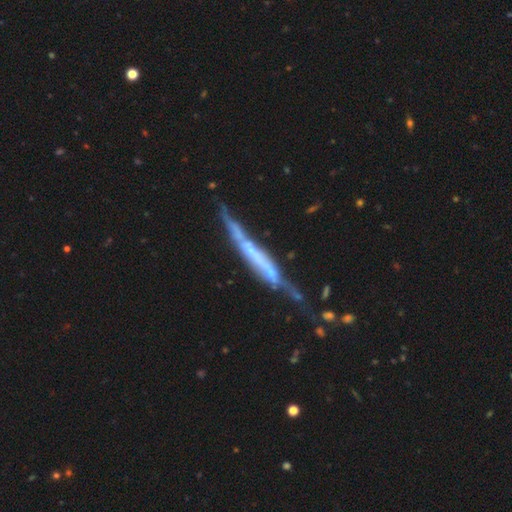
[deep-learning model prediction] Overall: featured or disk (71%). Edge-on disk: yes (85%). Edge-on bulge: none (68%). Merging: none (49%; minor disturbance 27%).